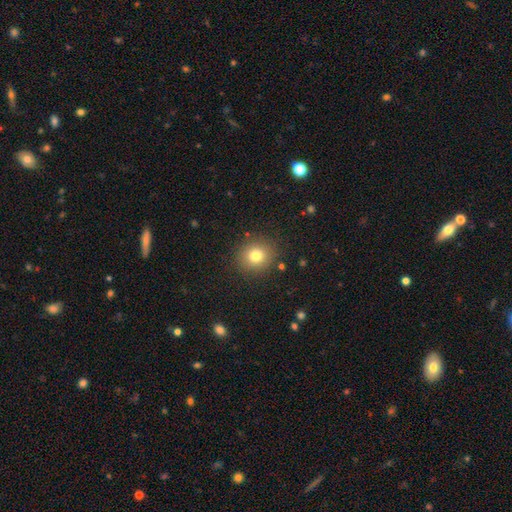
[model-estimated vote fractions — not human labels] smooth_or_featured: smooth (p=0.78) [alt: star or artifact p=0.13]
how_rounded: round (p=0.86) [alt: in between p=0.13]
merging: none (p=0.88) [alt: minor disturbance p=0.08]